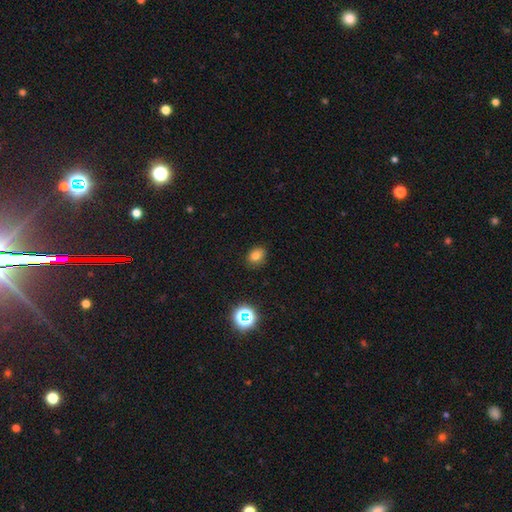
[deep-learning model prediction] Morphology: type=smooth (76%); roundness=in between (53%); merging=none (83%).